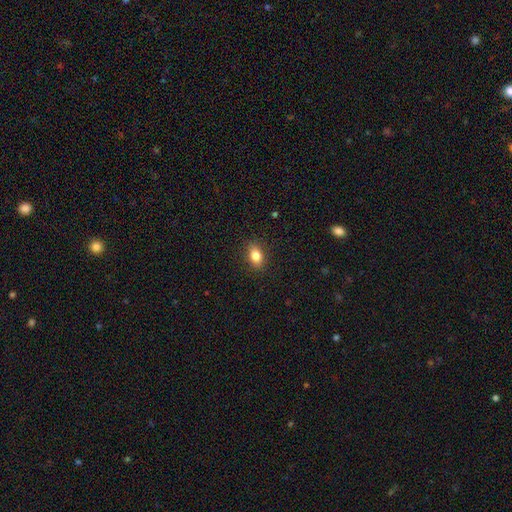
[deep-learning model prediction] Smooth or featured? Predicted: smooth (p=0.83). How rounded? Predicted: in between (p=0.82). Merging? Predicted: none (p=0.87).